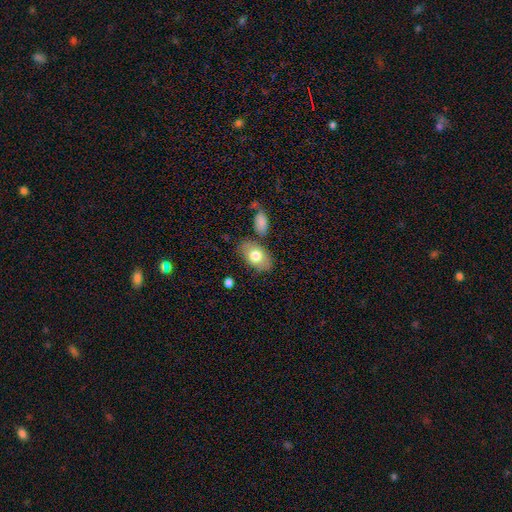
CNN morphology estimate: Smooth or featured?
  - smooth: 73% *
  - featured or disk: 21%
  - star or artifact: 7%
How rounded?
  - in between: 90% *
  - round: 9%
  - cigar-shaped: 2%
Merging?
  - none: 74% *
  - minor disturbance: 14%
  - merger: 7%
  - major disturbance: 4%